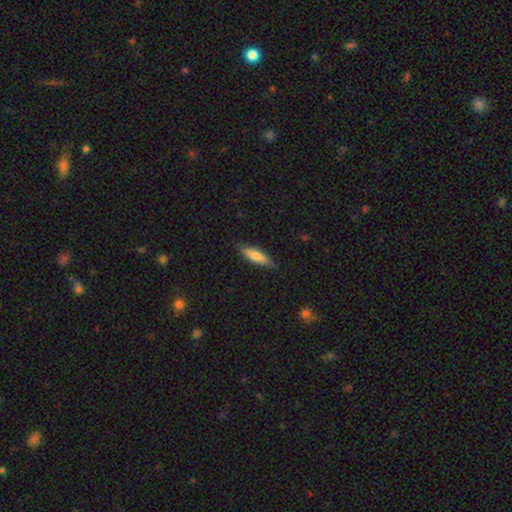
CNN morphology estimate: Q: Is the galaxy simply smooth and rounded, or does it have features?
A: smooth — 59%.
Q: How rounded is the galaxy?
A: cigar-shaped — 69%.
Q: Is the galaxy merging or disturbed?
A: none — 84%.